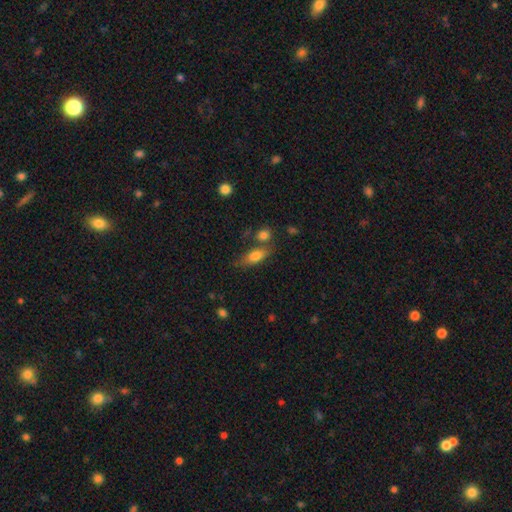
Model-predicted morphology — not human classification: smooth_or_featured: smooth (p=0.77) [alt: featured or disk p=0.15]
how_rounded: in between (p=0.76) [alt: cigar-shaped p=0.19]
merging: none (p=0.59) [alt: merger p=0.19]